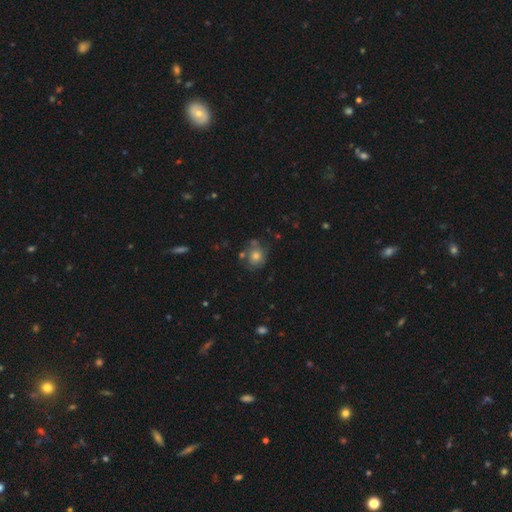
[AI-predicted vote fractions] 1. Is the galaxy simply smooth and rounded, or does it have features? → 60% smooth, 25% featured or disk, 15% star or artifact.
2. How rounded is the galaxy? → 70% round, 29% in between, 1% cigar-shaped.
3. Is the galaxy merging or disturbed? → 61% none, 21% minor disturbance, 10% merger, 9% major disturbance.